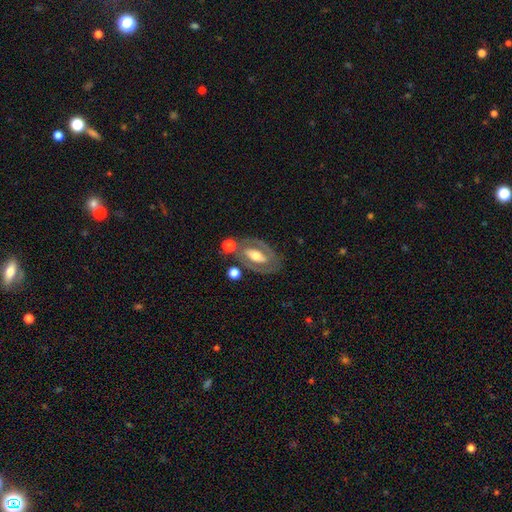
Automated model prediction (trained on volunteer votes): The model was most divided on "spiral arms" (2-way tie): yes: 50%, no: 50%. Remaining: edge-on disk — no (91%); merging — none (69%); smooth or featured — featured or disk (69%); bulge size — moderate (65%); bar — strong (38%).